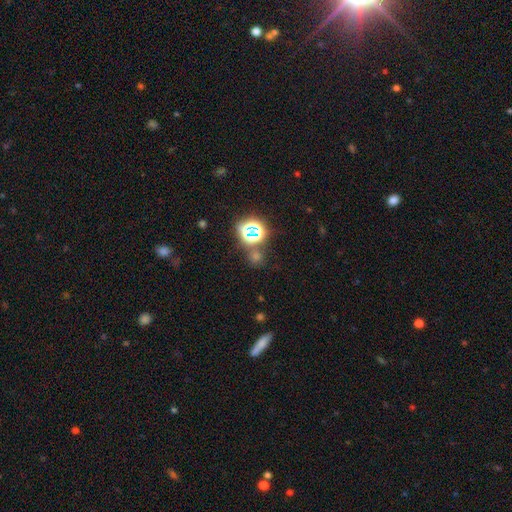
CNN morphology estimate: Q: Smooth or featured?
A: star or artifact (58%); runner-up: smooth (33%)